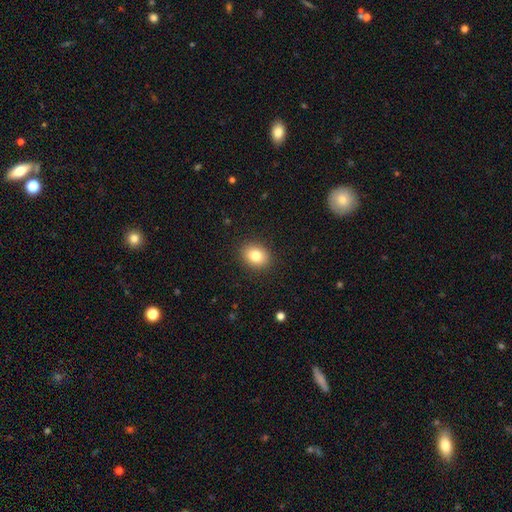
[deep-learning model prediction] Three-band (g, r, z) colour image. It shows a smooth galaxy with no disk features (82%) that is in between round and cigar-shaped (58%). Merging: none (89%).